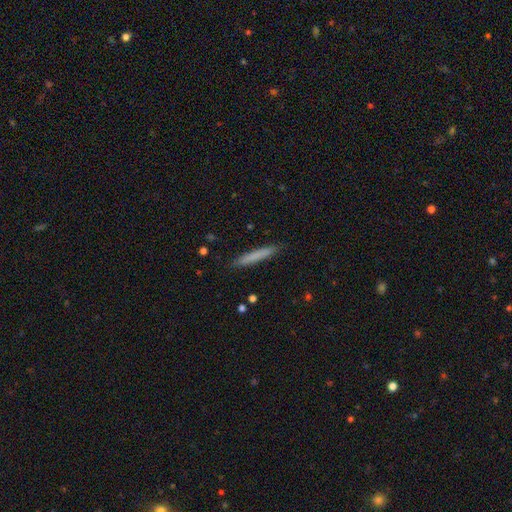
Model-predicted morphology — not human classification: A smooth galaxy with no disk features (75%) that is cigar-shaped (96%). Merging: none (89%).